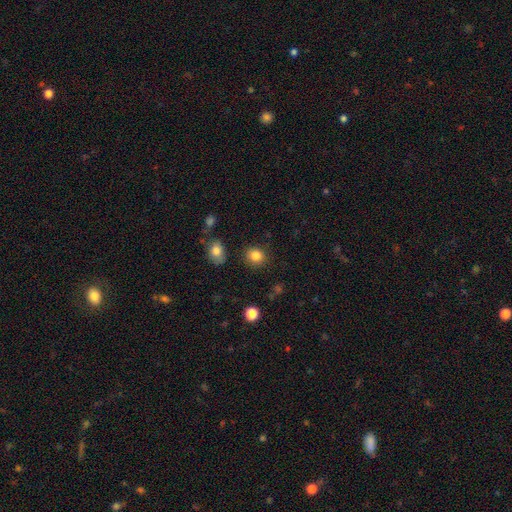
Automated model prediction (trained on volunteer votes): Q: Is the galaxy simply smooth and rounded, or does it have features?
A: smooth — 84%.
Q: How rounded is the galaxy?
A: round — 80%.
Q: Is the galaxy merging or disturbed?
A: none — 87%.